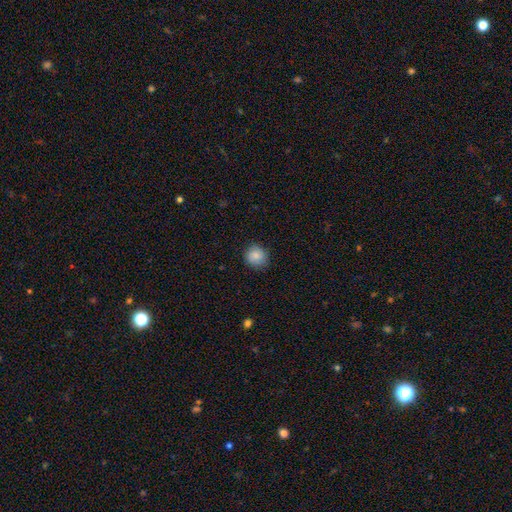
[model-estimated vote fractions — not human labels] Smooth or featured? Predicted: smooth (p=0.86). How rounded? Predicted: round (p=0.89). Merging? Predicted: none (p=0.85).